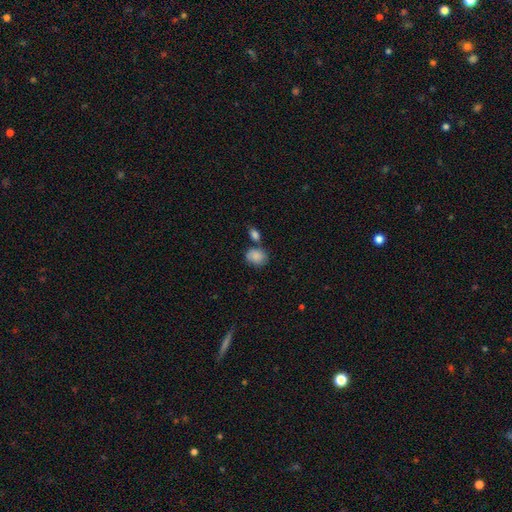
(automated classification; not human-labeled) Smooth or featured: smooth — 84% (featured or disk — 9%)
How rounded: round — 52% (in between — 47%)
Merging: none — 56% (merger — 20%)